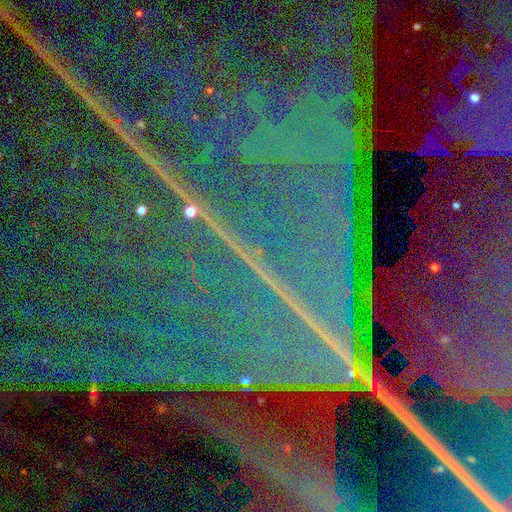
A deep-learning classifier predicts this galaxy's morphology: The model was most divided on "smooth or featured": star or artifact: 89%, featured or disk: 6%, smooth: 4%.